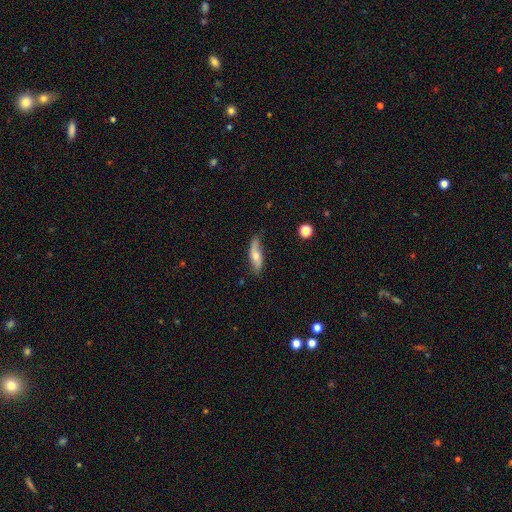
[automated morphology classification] A featured or disk galaxy (48%). Merging: none (68%).